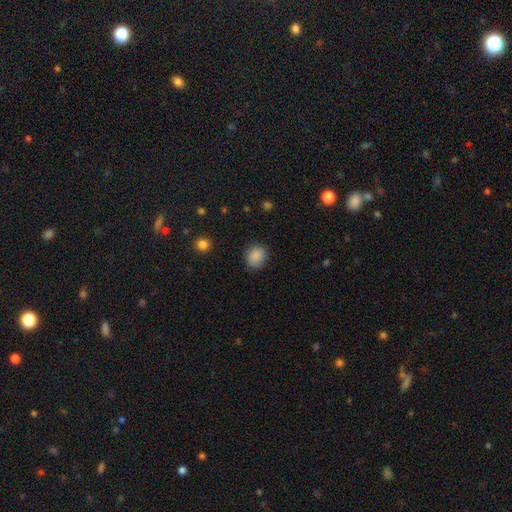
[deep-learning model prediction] Smooth or featured?
  - smooth: 88% *
  - star or artifact: 9%
  - featured or disk: 4%
How rounded?
  - round: 68% *
  - in between: 31%
  - cigar-shaped: 1%
Merging?
  - none: 83% *
  - minor disturbance: 12%
  - major disturbance: 3%
  - merger: 1%